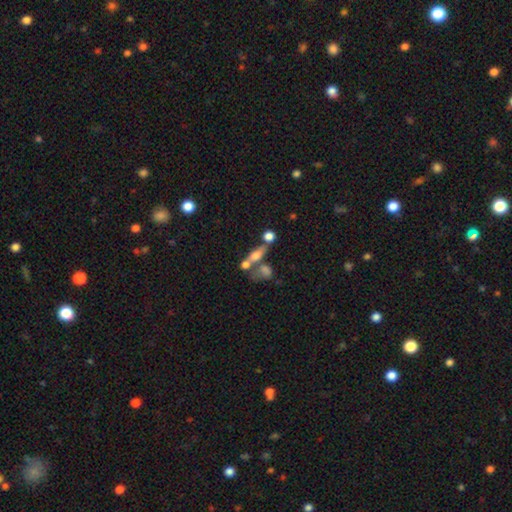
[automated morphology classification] A smooth galaxy with no disk features (54%) that is in between round and cigar-shaped (54%). Merging: merger (44%).